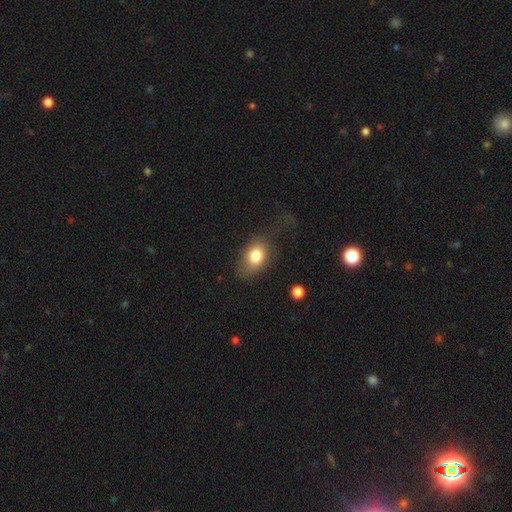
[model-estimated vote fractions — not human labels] Q: Smooth or featured?
A: smooth (78%); runner-up: featured or disk (13%)
Q: How rounded?
A: in between (76%); runner-up: round (23%)
Q: Merging?
A: none (47%); runner-up: minor disturbance (27%)